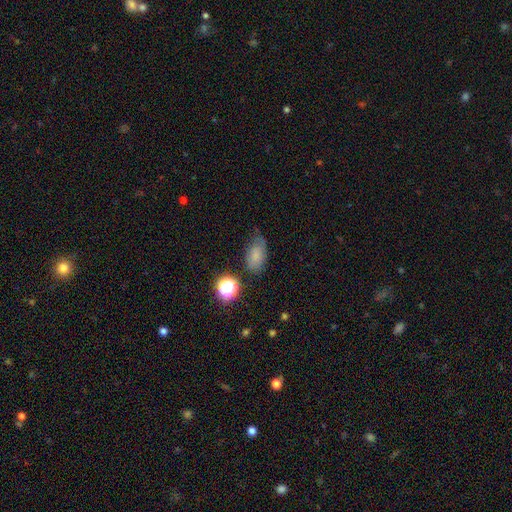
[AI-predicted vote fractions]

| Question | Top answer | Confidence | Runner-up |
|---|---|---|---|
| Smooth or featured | smooth | 73% | star or artifact (14%) |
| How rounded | in between | 86% | round (12%) |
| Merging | none | 57% | minor disturbance (31%) |